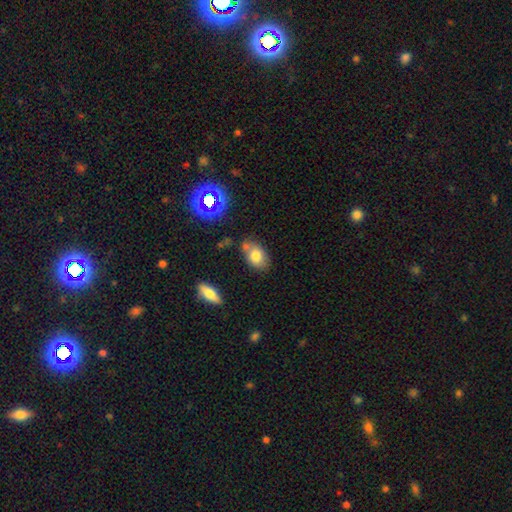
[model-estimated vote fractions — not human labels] smooth-or-featured: smooth: 77% | featured or disk: 13% | star or artifact: 10%
  how-rounded: in between: 83% | round: 15% | cigar-shaped: 2%
  merging: none: 61% | minor disturbance: 21% | merger: 13% | major disturbance: 5%